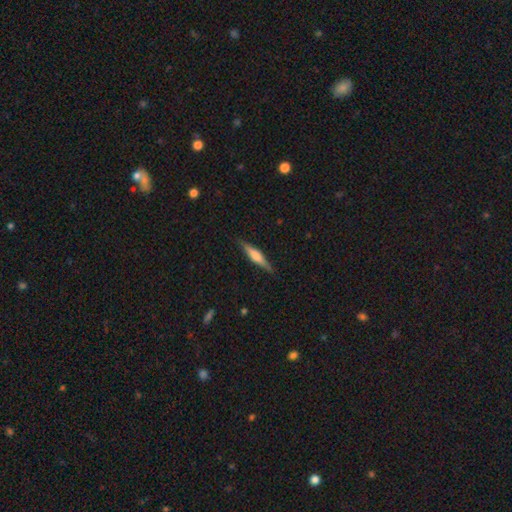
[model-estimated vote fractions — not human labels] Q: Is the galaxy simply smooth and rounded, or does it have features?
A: featured or disk — 58%.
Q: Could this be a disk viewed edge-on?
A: yes — 97%.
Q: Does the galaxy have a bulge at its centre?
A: rounded — 64%.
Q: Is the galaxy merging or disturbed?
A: none — 88%.